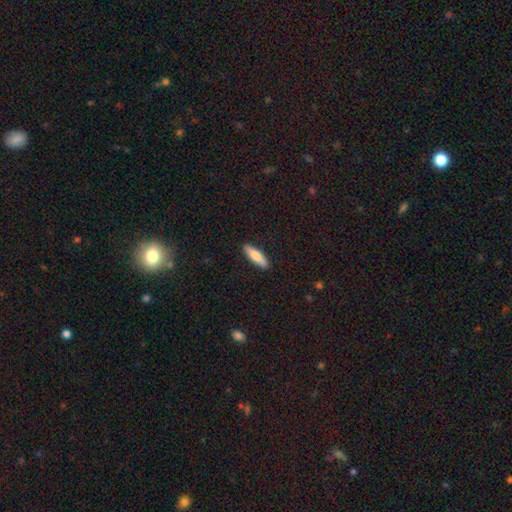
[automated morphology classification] smooth-or-featured: smooth: 76% | featured or disk: 19% | star or artifact: 5%
  how-rounded: cigar-shaped: 64% | in between: 34% | round: 2%
  merging: none: 90% | minor disturbance: 7% | major disturbance: 2% | merger: 1%